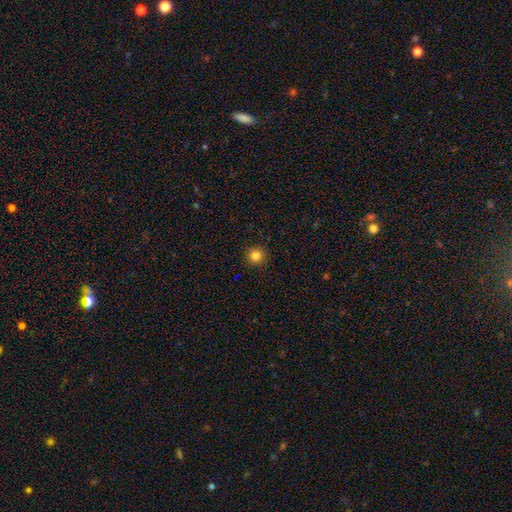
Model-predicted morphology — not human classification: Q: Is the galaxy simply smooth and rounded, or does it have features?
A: smooth — 84%.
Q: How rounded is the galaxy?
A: round — 95%.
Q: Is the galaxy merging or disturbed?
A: none — 92%.